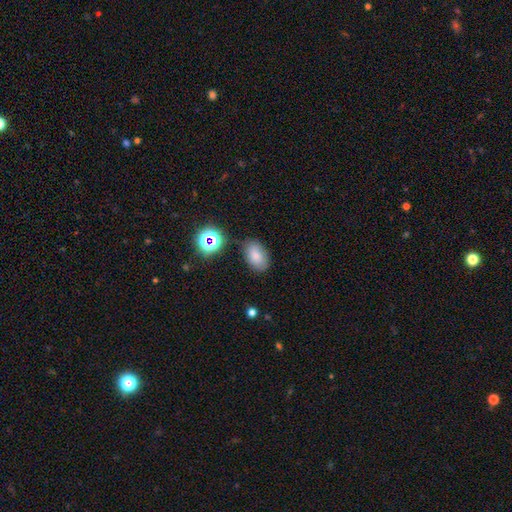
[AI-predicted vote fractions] Smooth or featured: smooth — 75% (star or artifact — 13%)
How rounded: in between — 87% (round — 12%)
Merging: none — 73% (minor disturbance — 18%)